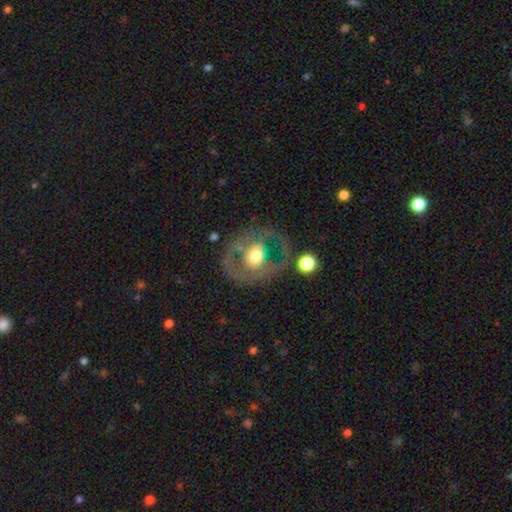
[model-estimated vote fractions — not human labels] The model was most divided on "spiral arms": no: 66%, yes: 34%. More confident: edge-on disk — no (95%); bar — no (67%); smooth or featured — featured or disk (64%); bulge size — moderate (64%); merging — none (62%).